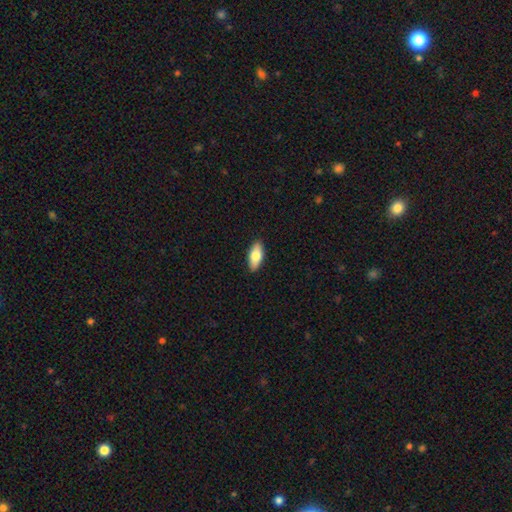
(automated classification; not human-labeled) Smooth or featured?
  - smooth: 77% *
  - featured or disk: 17%
  - star or artifact: 6%
How rounded?
  - in between: 86% *
  - cigar-shaped: 12%
  - round: 3%
Merging?
  - none: 90% *
  - minor disturbance: 8%
  - major disturbance: 2%
  - merger: 1%